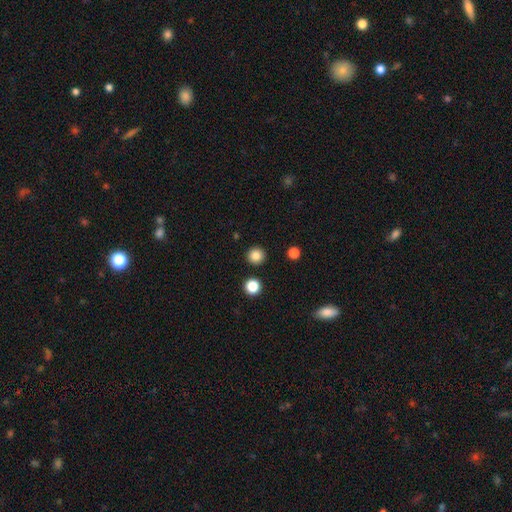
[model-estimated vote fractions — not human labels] smooth_or_featured: smooth (p=0.84) [alt: star or artifact p=0.12]
how_rounded: round (p=0.95) [alt: in between p=0.04]
merging: none (p=0.92) [alt: minor disturbance p=0.04]